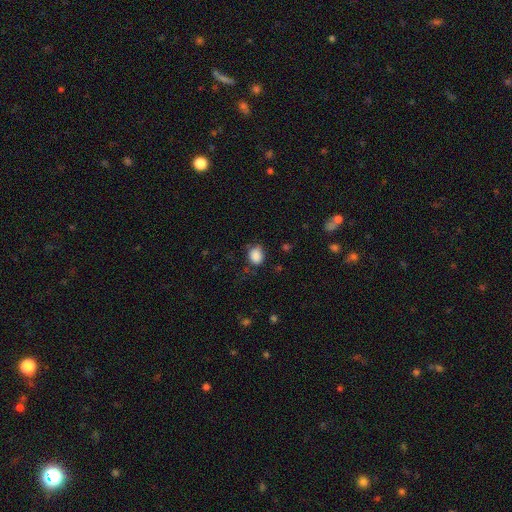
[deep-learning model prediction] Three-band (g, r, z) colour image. It shows a smooth galaxy with no disk features (87%) that is in between round and cigar-shaped (52%). Merging: none (67%).